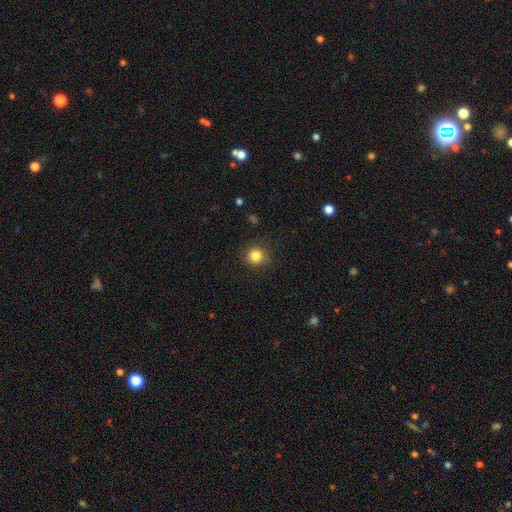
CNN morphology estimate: Smooth or featured? smooth (83%)
How rounded? round (90%)
Merging? none (84%)